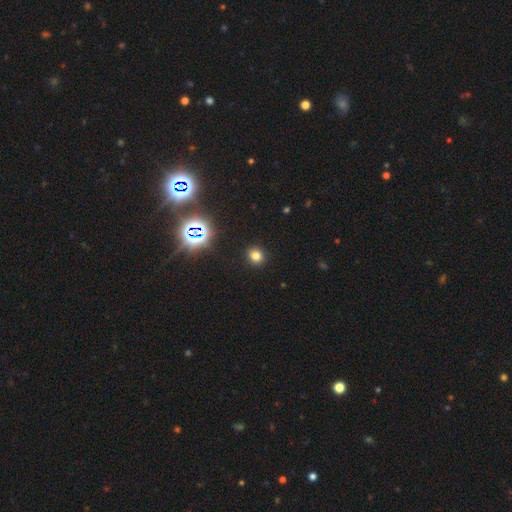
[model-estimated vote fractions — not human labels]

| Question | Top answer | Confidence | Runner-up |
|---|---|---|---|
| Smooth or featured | smooth | 74% | star or artifact (19%) |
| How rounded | round | 80% | in between (19%) |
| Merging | none | 91% | minor disturbance (6%) |